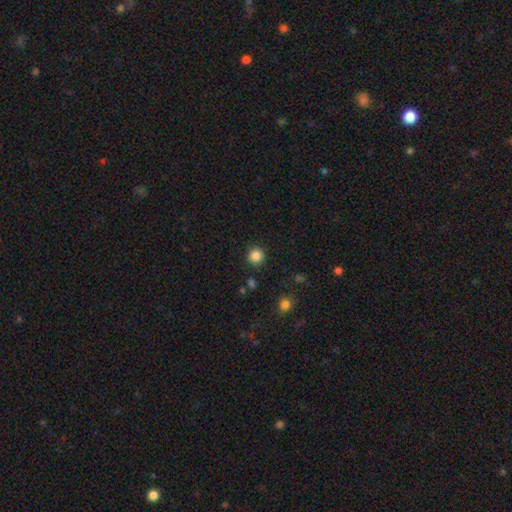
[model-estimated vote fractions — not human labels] This is clearly a smooth galaxy (85%). How rounded: clearly round (95%). Merging: clearly none (91%).